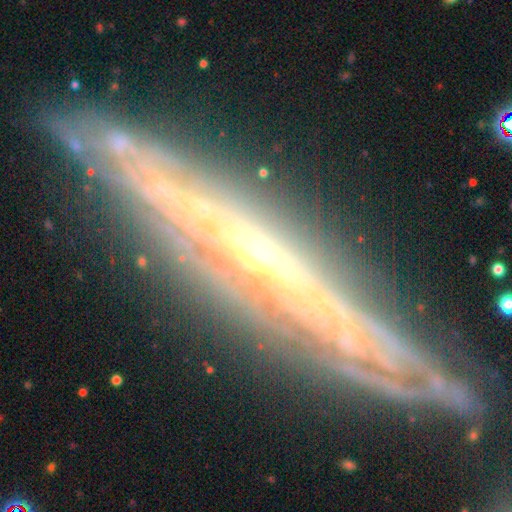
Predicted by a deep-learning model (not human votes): A featured or disk galaxy (76%) viewed edge-on (80%) with no central bulge (54%). Merging: none (78%).